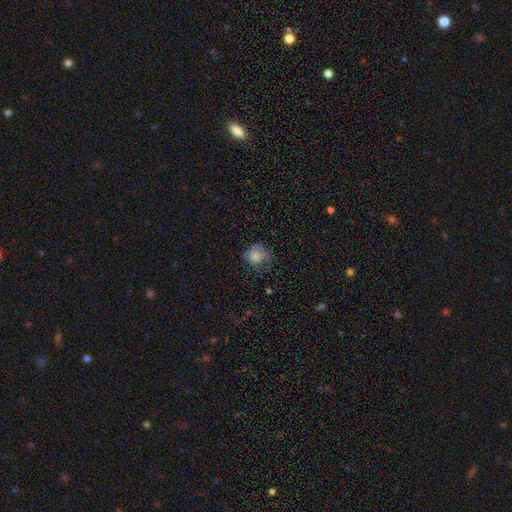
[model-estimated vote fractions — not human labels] Smooth or featured: smooth — 76% (featured or disk — 14%)
How rounded: round — 75% (in between — 24%)
Merging: none — 45% (minor disturbance — 31%)